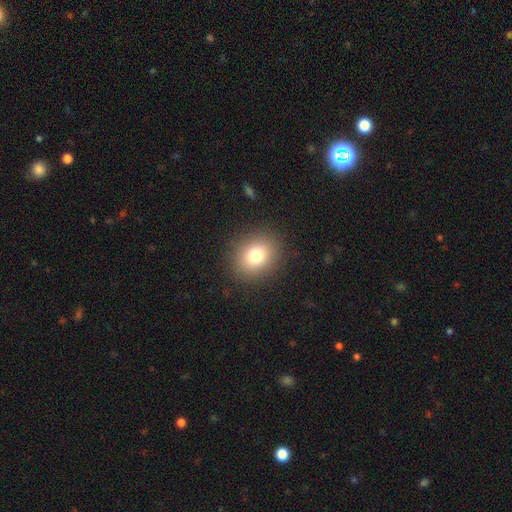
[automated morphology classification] smooth_or_featured: smooth (p=0.78) [alt: star or artifact p=0.12]
how_rounded: round (p=0.66) [alt: in between p=0.33]
merging: none (p=0.88) [alt: minor disturbance p=0.08]